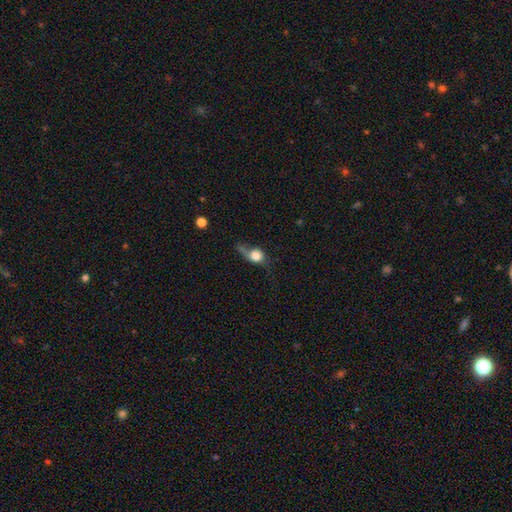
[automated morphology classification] smooth-or-featured: smooth: 67% | featured or disk: 23% | star or artifact: 10%
  how-rounded: round: 67% | in between: 29% | cigar-shaped: 4%
  merging: major disturbance: 39% | none: 27% | minor disturbance: 25% | merger: 9%